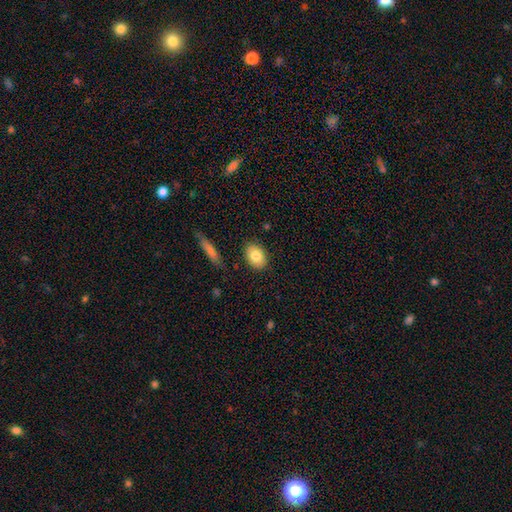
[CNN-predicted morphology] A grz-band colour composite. It shows a smooth galaxy with no disk features (83%) that is in between round and cigar-shaped (77%). Merging: none (85%).